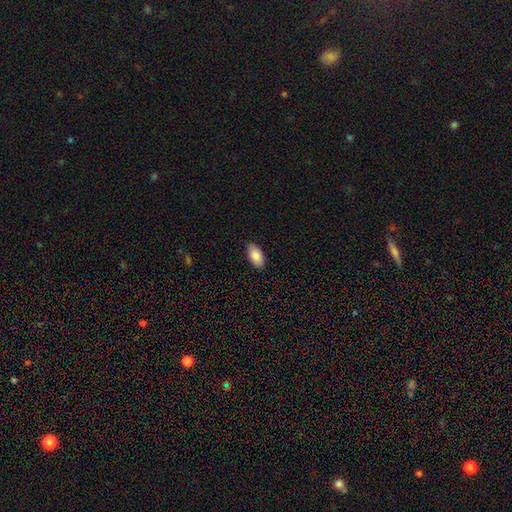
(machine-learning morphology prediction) smooth 87%, featured or disk 6%, star or artifact 6%. Down the decision tree: how rounded — in between (95%); merging — none (88%).